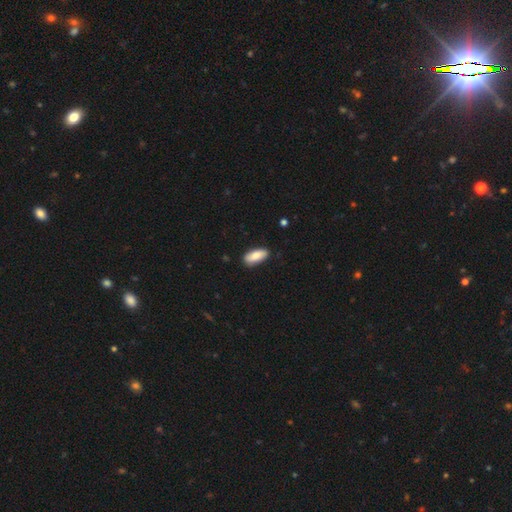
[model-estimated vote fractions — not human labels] Smooth or featured: smooth — 84% (featured or disk — 10%)
How rounded: in between — 82% (cigar-shaped — 16%)
Merging: none — 85% (minor disturbance — 12%)